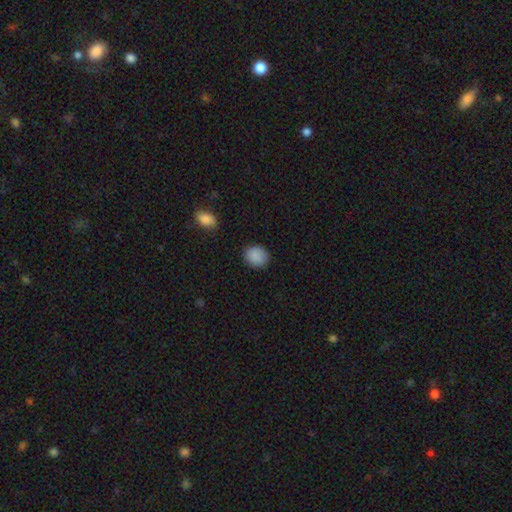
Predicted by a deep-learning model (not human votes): This appears to be a smooth galaxy with no disk features (89%) that is round (73%). Merging: none (88%).